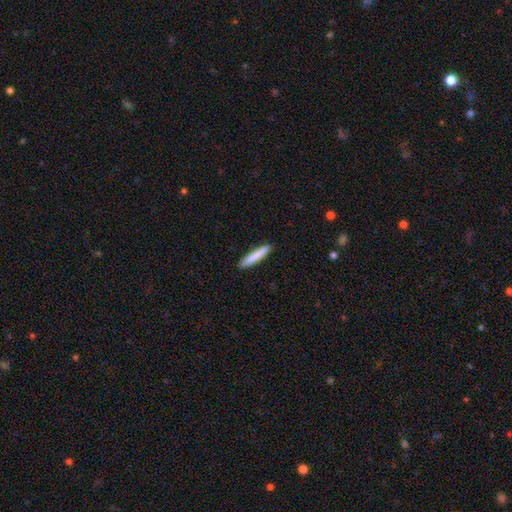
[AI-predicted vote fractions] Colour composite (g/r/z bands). It shows a smooth galaxy with no disk features (84%) that is cigar-shaped (92%). Merging: none (90%).